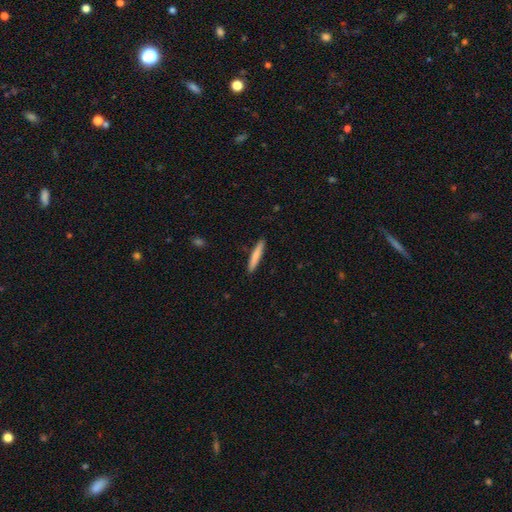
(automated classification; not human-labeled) This appears to be a smooth galaxy with no disk features (79%) that is cigar-shaped (94%). Merging: none (91%).